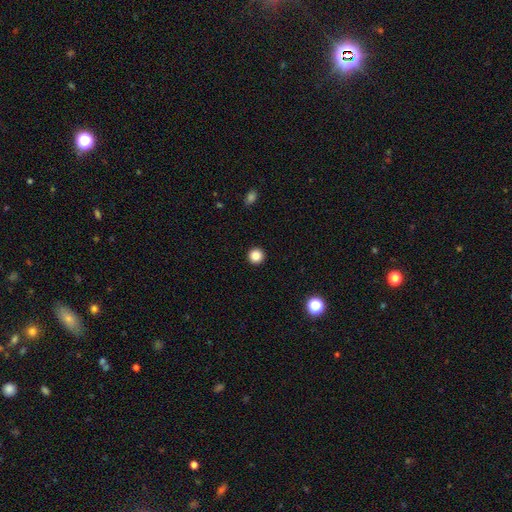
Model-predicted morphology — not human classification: A smooth galaxy with no disk features (87%) that is round (96%). Merging: none (94%).